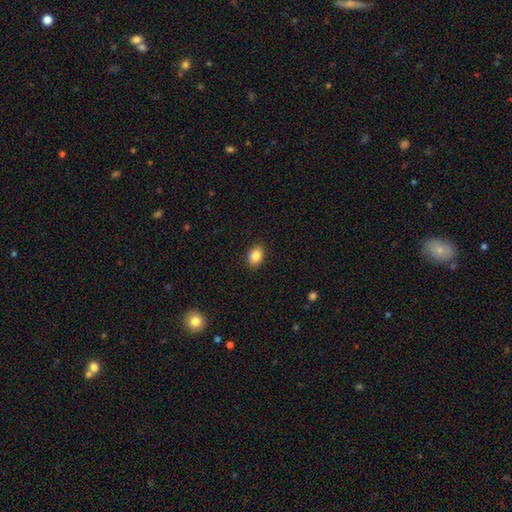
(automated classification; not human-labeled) Smooth or featured?
  - smooth: 85% *
  - star or artifact: 9%
  - featured or disk: 6%
How rounded?
  - in between: 75% *
  - round: 24%
  - cigar-shaped: 1%
Merging?
  - none: 88% *
  - minor disturbance: 9%
  - major disturbance: 2%
  - merger: 1%